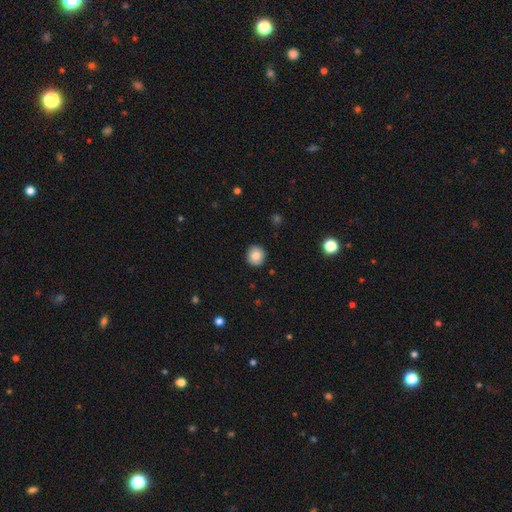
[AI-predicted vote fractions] Smooth or featured? Predicted: smooth (p=0.83). How rounded? Predicted: round (p=0.92). Merging? Predicted: none (p=0.92).